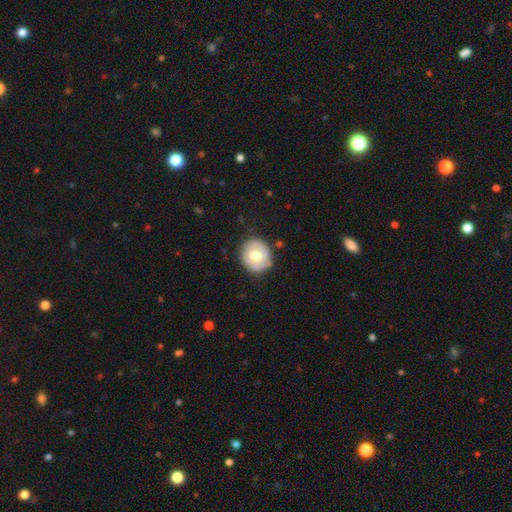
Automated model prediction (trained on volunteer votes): The model was most divided on "smooth or featured": smooth: 59%, featured or disk: 34%, star or artifact: 7%. More confident: merging — none (83%); how rounded — round (83%).